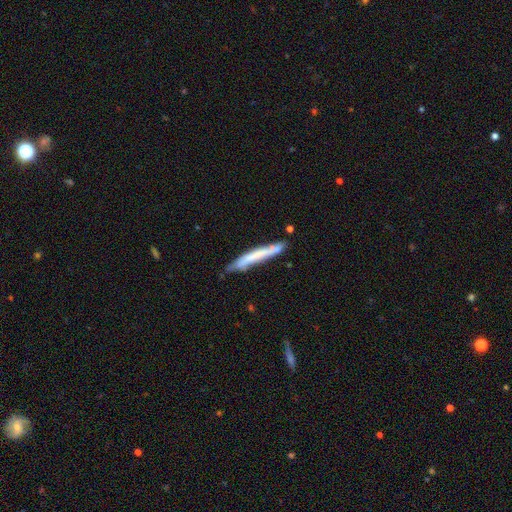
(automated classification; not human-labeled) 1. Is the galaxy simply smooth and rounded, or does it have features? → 55% smooth, 39% featured or disk, 6% star or artifact.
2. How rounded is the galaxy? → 95% cigar-shaped, 4% in between, 1% round.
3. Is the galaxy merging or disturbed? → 64% none, 25% minor disturbance, 5% major disturbance, 5% merger.